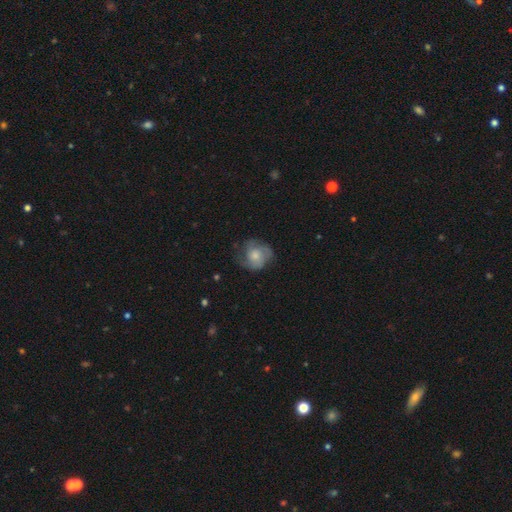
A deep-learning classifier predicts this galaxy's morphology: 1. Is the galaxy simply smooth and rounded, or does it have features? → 56% featured or disk, 37% smooth, 7% star or artifact.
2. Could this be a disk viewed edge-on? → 97% no, 3% yes.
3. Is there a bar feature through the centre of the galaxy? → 79% no, 18% weak, 3% strong.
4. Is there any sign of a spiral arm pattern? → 85% yes, 15% no.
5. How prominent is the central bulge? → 47% moderate, 36% small, 9% large, 6% none, 2% dominant.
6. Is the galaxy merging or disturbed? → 62% none, 24% minor disturbance, 13% major disturbance, 1% merger.